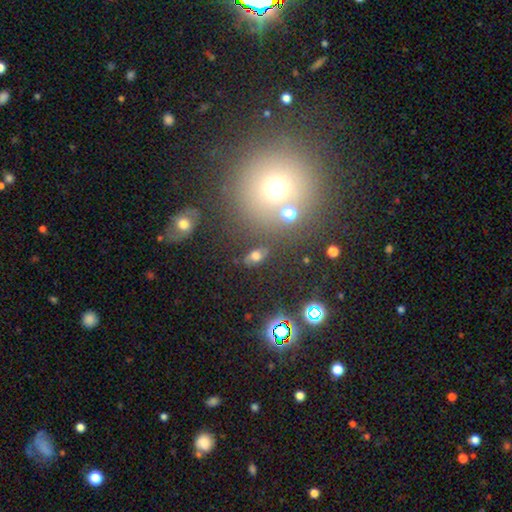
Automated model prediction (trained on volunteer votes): Overall: smooth (63%). How rounded: in between (82%). Merging: none (77%).